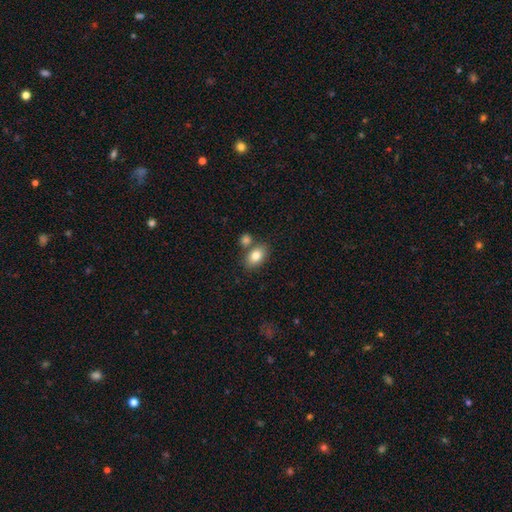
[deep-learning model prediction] Overall: smooth (81%). How rounded: in between (82%). Merging: none (64%).